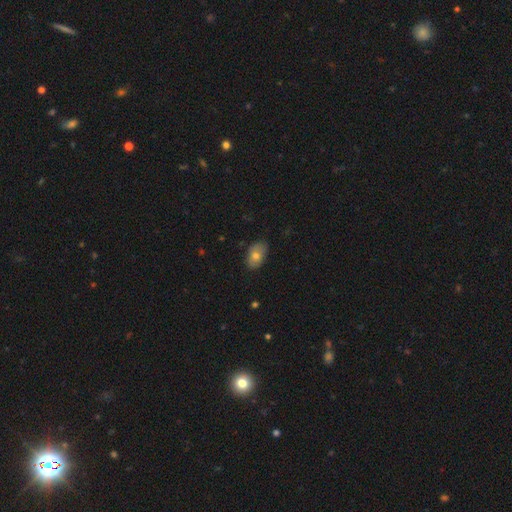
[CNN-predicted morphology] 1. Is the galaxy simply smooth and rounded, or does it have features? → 73% smooth, 19% featured or disk, 8% star or artifact.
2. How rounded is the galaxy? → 89% in between, 9% round, 1% cigar-shaped.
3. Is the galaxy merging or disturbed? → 81% none, 15% minor disturbance, 3% major disturbance, 1% merger.